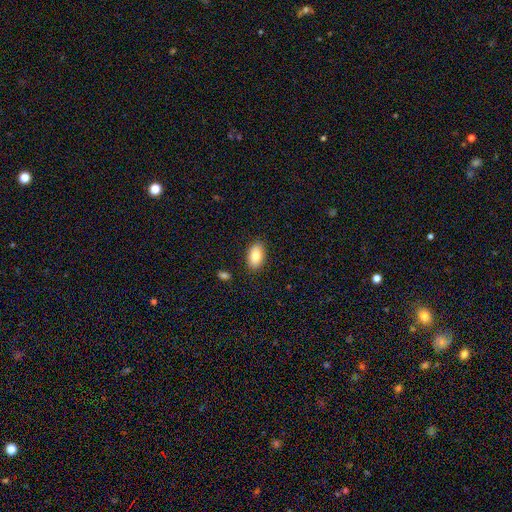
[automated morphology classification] Smooth or featured: smooth — 80% (featured or disk — 12%)
How rounded: in between — 92% (round — 6%)
Merging: none — 86% (minor disturbance — 10%)